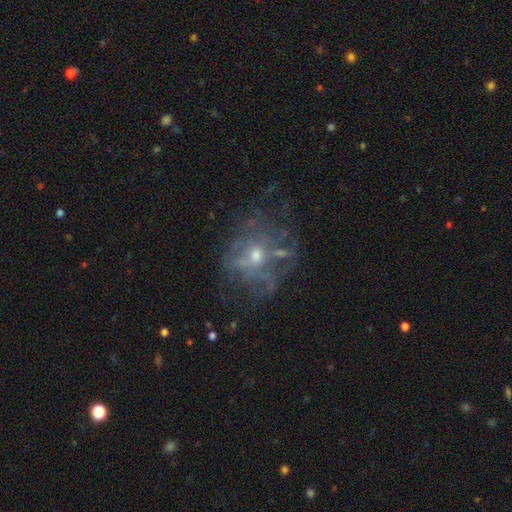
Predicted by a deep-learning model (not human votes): The model was most divided on "bulge size": small: 50%, moderate: 43%, none: 3%, large: 2%, dominant: 1%. More confident: edge-on disk — no (96%); bar — no (81%); spiral arms — no (70%); smooth or featured — featured or disk (64%); merging — none (51%).